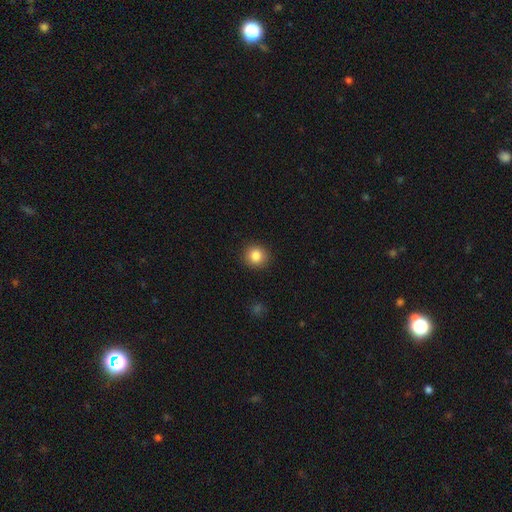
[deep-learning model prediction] Smooth or featured?
  - smooth: 85% *
  - star or artifact: 10%
  - featured or disk: 5%
How rounded?
  - round: 89% *
  - in between: 10%
  - cigar-shaped: 1%
Merging?
  - none: 91% *
  - minor disturbance: 6%
  - major disturbance: 2%
  - merger: 1%